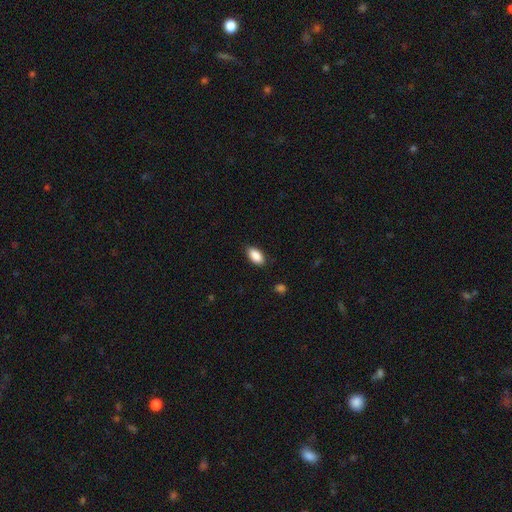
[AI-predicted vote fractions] smooth_or_featured: smooth (p=0.89) [alt: star or artifact p=0.07]
how_rounded: in between (p=0.93) [alt: cigar-shaped p=0.03]
merging: none (p=0.85) [alt: minor disturbance p=0.11]